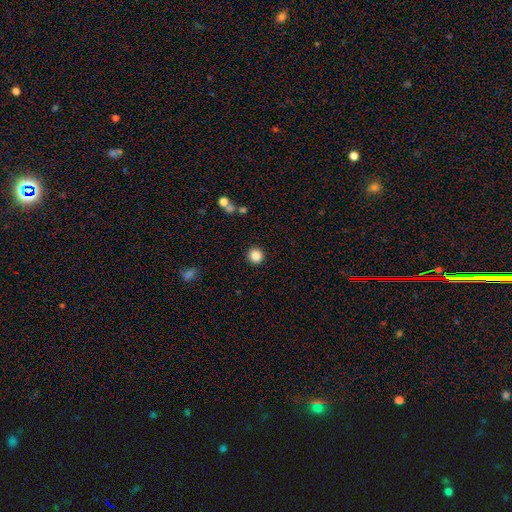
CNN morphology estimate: Smooth or featured? Predicted: smooth (p=0.85). How rounded? Predicted: round (p=0.94). Merging? Predicted: none (p=0.92).